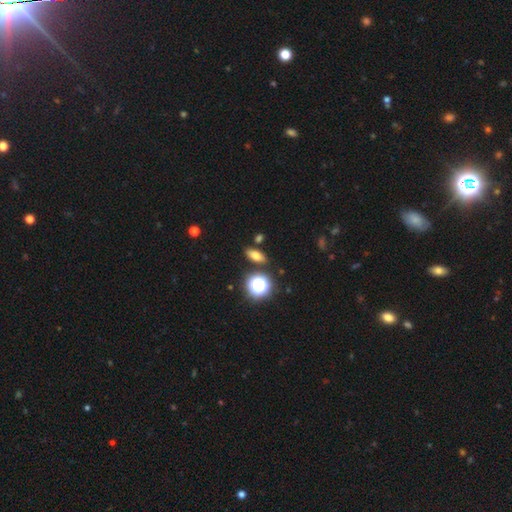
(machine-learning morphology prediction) This is likely a smooth galaxy (70%). How rounded: likely in between (72%). Merging: clearly none (85%).